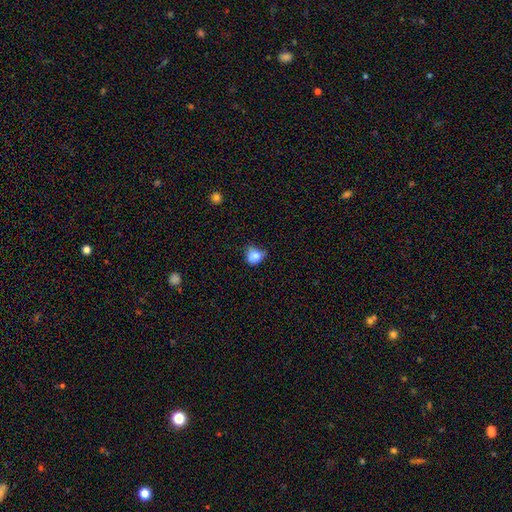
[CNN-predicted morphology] The model was most divided on "merging" (2-way tie): minor disturbance: 42%, none: 42%, major disturbance: 13%, merger: 3%. More confident: smooth or featured — smooth (81%); how rounded — round (59%).